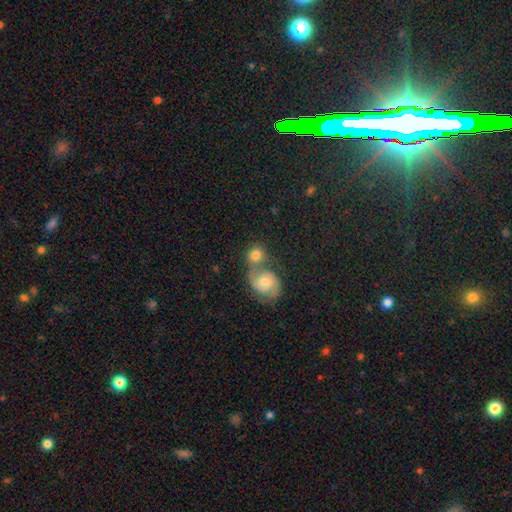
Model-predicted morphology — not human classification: Q: Smooth or featured?
A: smooth (63%); runner-up: featured or disk (28%)
Q: How rounded?
A: round (72%); runner-up: in between (26%)
Q: Merging?
A: merger (49%); runner-up: none (38%)